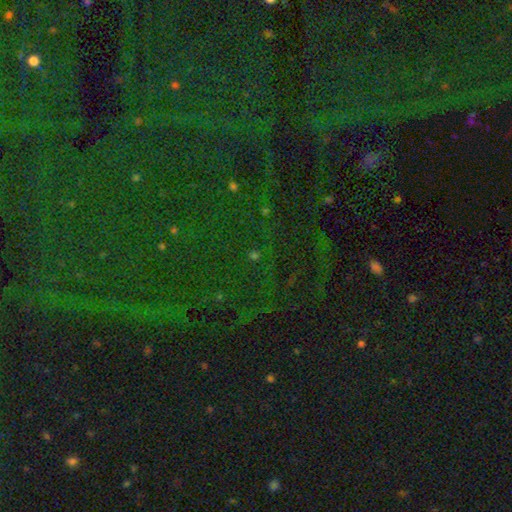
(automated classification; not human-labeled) Smooth or featured: star or artifact — 83% (smooth — 9%)